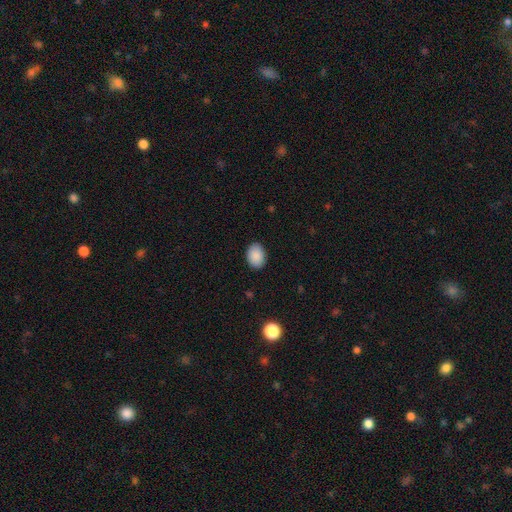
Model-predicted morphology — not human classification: Smooth or featured?
  - smooth: 90% *
  - star or artifact: 7%
  - featured or disk: 3%
How rounded?
  - in between: 79% *
  - round: 20%
  - cigar-shaped: 1%
Merging?
  - none: 88% *
  - minor disturbance: 9%
  - major disturbance: 2%
  - merger: 1%